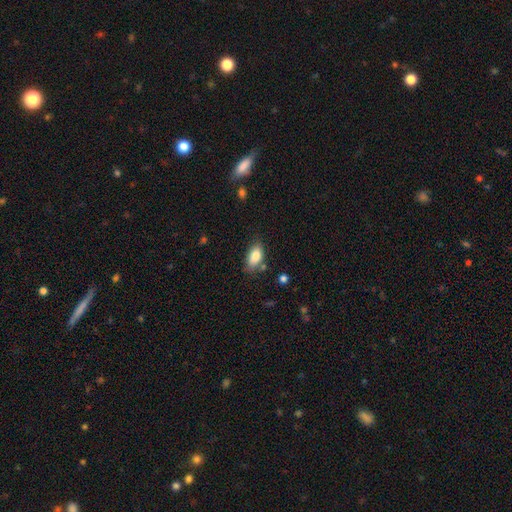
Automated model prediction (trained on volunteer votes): Smooth or featured? smooth (82%)
How rounded? in between (90%)
Merging? none (70%)